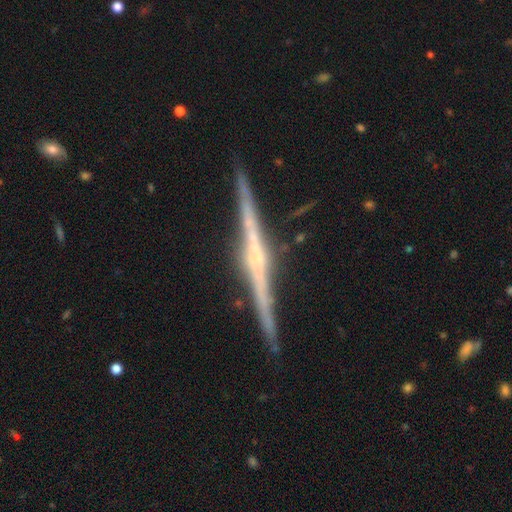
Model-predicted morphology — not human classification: Smooth or featured: featured or disk — 88% (smooth — 7%)
Edge-on disk: yes — 99% (no — 1%)
Edge-on bulge: rounded — 58% (none — 21%)
Merging: none — 91% (minor disturbance — 6%)